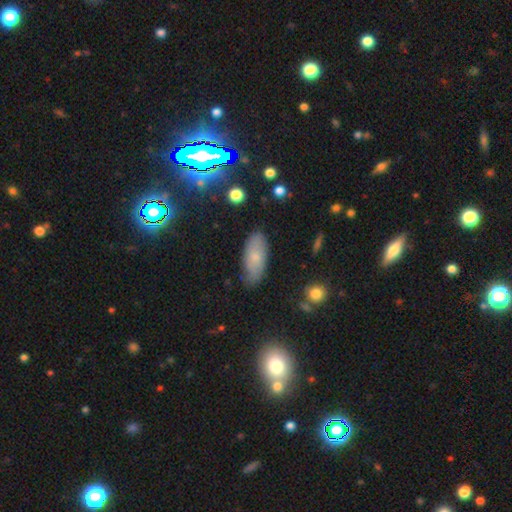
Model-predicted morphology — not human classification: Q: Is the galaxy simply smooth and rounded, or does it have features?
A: smooth — 67%.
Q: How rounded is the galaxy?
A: in between — 84%.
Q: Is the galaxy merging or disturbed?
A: none — 79%.